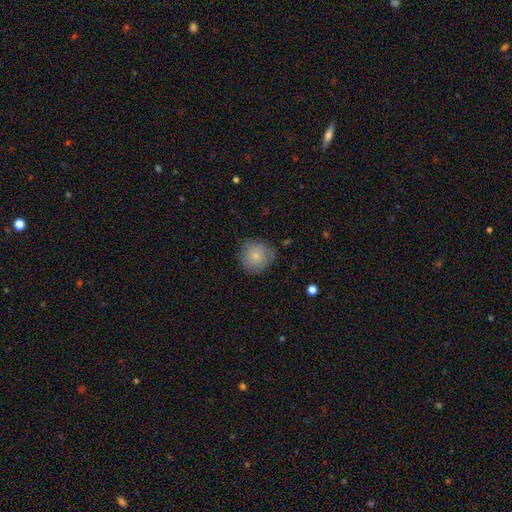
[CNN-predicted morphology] Smooth or featured?
  - smooth: 80% *
  - featured or disk: 13%
  - star or artifact: 7%
How rounded?
  - round: 92% *
  - in between: 7%
  - cigar-shaped: 1%
Merging?
  - none: 75% *
  - minor disturbance: 19%
  - major disturbance: 4%
  - merger: 1%